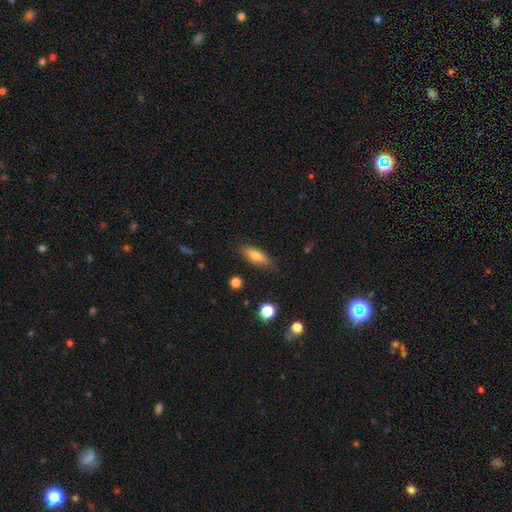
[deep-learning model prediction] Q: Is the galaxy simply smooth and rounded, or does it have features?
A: smooth — 70%.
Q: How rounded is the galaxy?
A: in between — 55%.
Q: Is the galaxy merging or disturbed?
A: none — 81%.